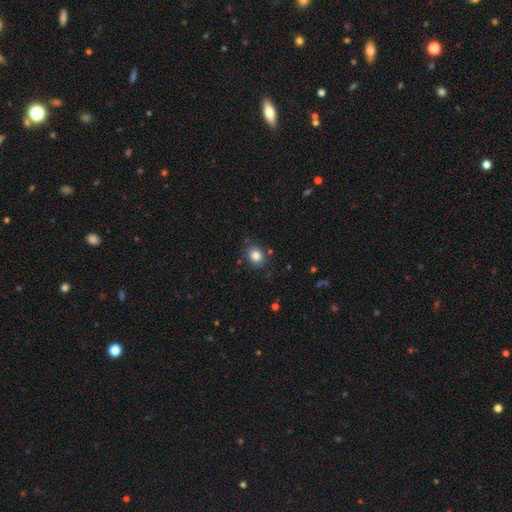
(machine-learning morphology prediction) The model was most divided on "how rounded": round: 63%, in between: 37%, cigar-shaped: 1%. More confident: merging — none (83%); smooth or featured — smooth (83%).